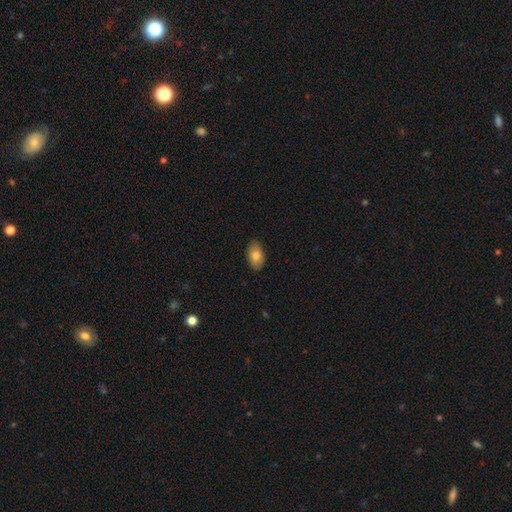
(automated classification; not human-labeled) Smooth or featured? smooth (81%)
How rounded? in between (92%)
Merging? none (87%)